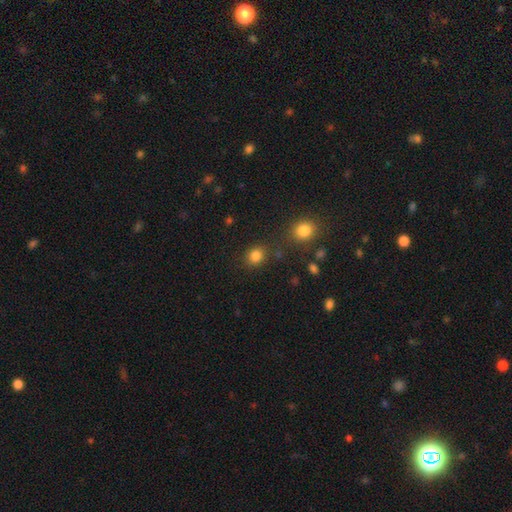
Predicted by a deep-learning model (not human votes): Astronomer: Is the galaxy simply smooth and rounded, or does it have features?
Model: smooth — 83%.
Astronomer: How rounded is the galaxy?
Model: round — 69%.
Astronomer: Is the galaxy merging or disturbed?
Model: none — 78%.